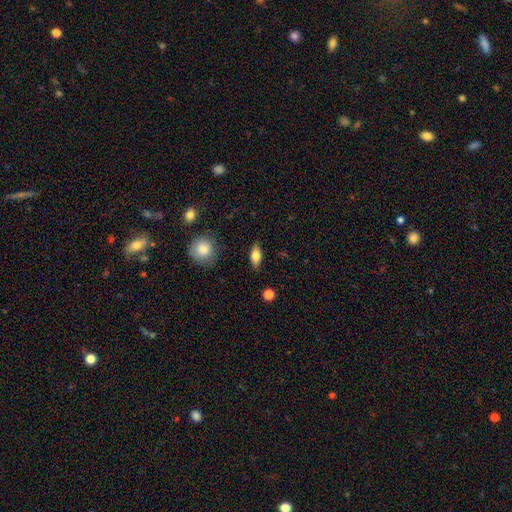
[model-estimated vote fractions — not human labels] Overall: smooth (73%). How rounded: in between (81%). Merging: none (86%).